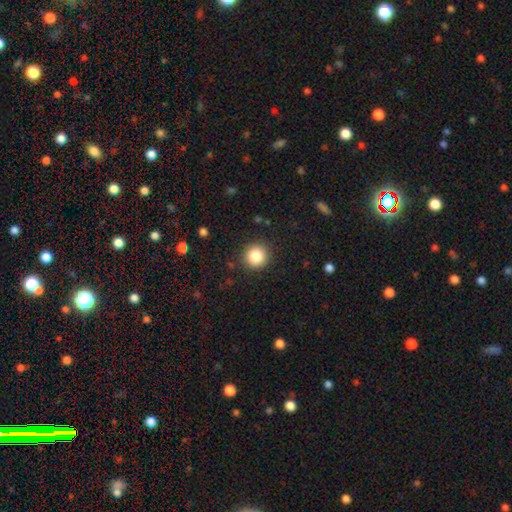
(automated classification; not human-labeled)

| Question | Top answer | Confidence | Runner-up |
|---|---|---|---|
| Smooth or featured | smooth | 84% | star or artifact (10%) |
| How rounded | round | 93% | in between (6%) |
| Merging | none | 90% | minor disturbance (7%) |